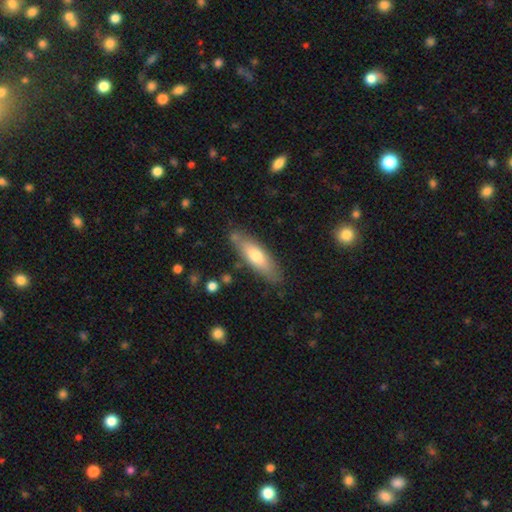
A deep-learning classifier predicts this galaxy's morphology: type=smooth (64%); roundness=cigar-shaped (50%); merging=none (80%).